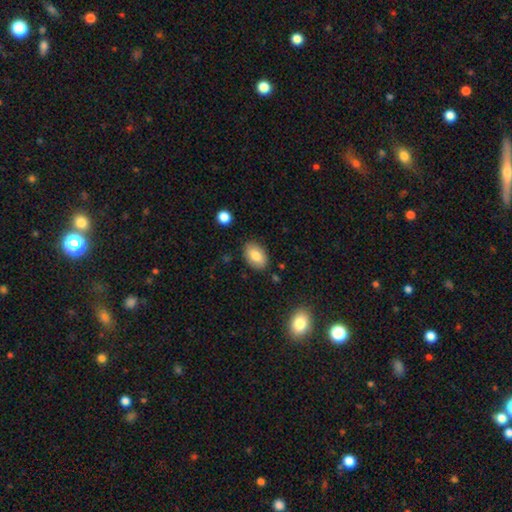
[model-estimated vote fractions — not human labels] Morphology: type=smooth (80%); roundness=in between (89%); merging=none (84%).